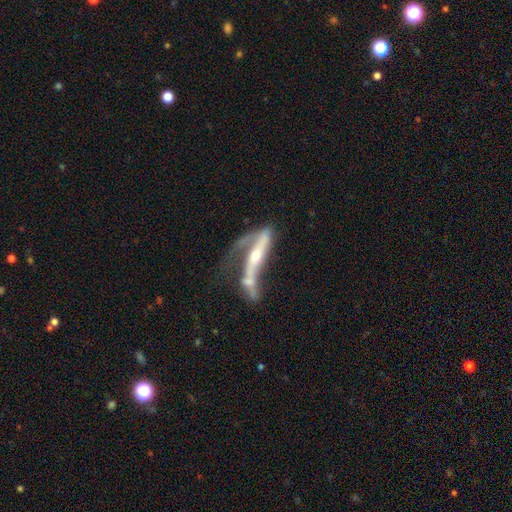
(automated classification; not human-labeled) The model was most divided on "merging": merger: 36%, major disturbance: 28%, none: 21%, minor disturbance: 15%. More confident: smooth or featured — featured or disk (74%); edge-on disk — no (57%).